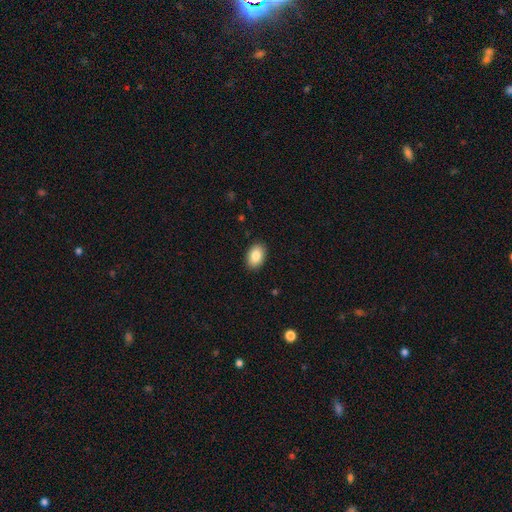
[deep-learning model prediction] The model was most divided on "how rounded": in between: 87%, round: 12%, cigar-shaped: 1%. More confident: merging — none (90%); smooth or featured — smooth (86%).